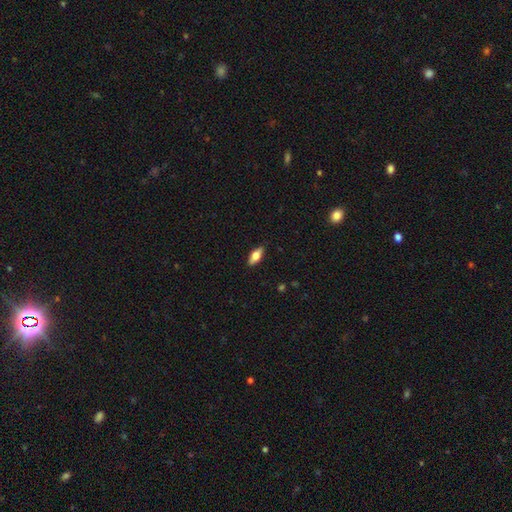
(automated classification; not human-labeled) A smooth galaxy with no disk features (65%) that is in between round and cigar-shaped (80%). Merging: none (87%).